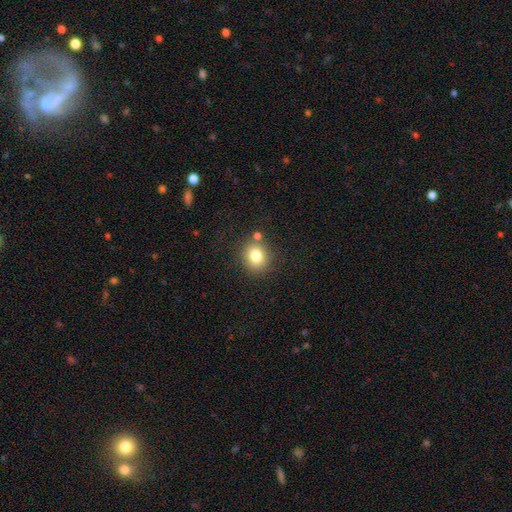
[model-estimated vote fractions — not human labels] This appears to be a smooth galaxy with no disk features (80%) that is round (69%). Merging: none (76%).